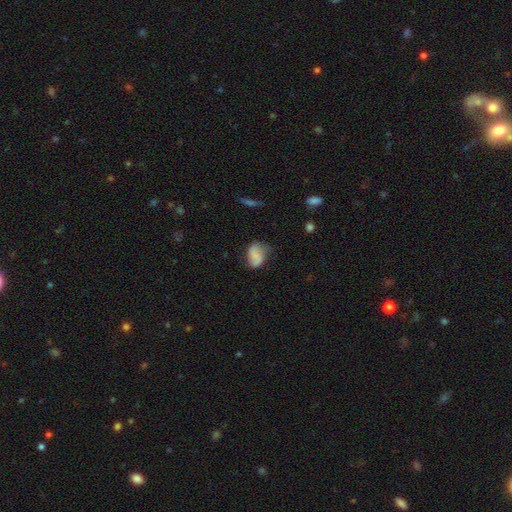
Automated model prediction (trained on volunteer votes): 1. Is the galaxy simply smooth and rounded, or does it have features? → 57% smooth, 33% featured or disk, 10% star or artifact.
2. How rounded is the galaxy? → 79% in between, 20% round, 2% cigar-shaped.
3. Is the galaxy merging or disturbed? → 50% none, 33% minor disturbance, 14% major disturbance, 3% merger.